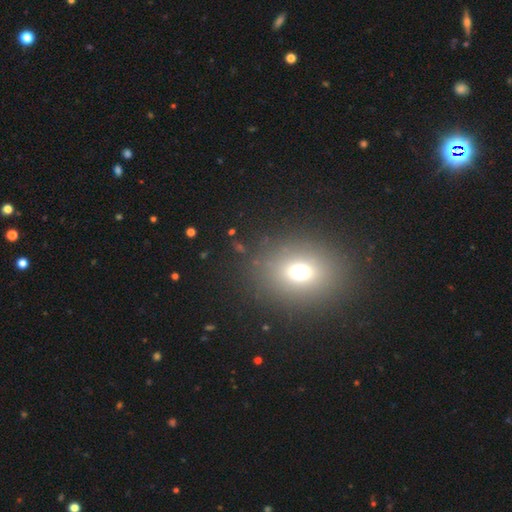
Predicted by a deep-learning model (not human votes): The model was most divided on "how rounded": in between: 54%, round: 44%, cigar-shaped: 2%. More confident: merging — none (90%); smooth or featured — smooth (62%).